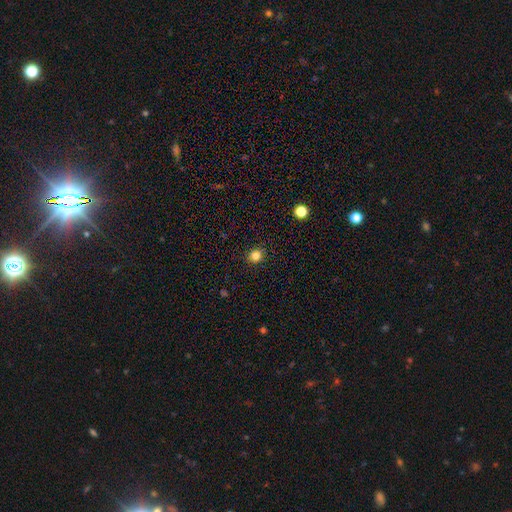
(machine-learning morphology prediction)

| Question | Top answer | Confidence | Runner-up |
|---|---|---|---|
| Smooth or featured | smooth | 83% | star or artifact (13%) |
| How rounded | round | 84% | in between (15%) |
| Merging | none | 90% | minor disturbance (7%) |